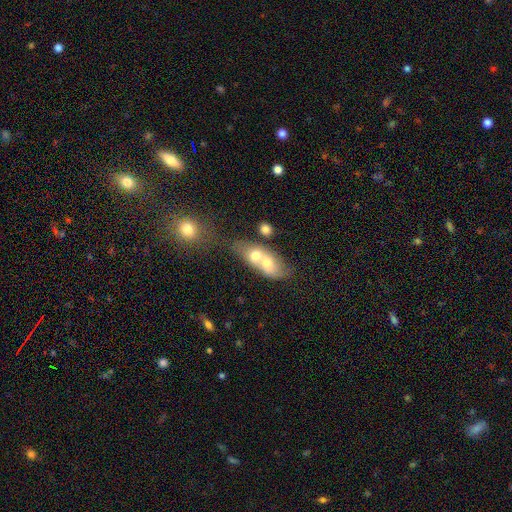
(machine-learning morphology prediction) Smooth or featured: smooth — 60% (featured or disk — 31%)
How rounded: in between — 67% (round — 24%)
Merging: merger — 73% (none — 16%)